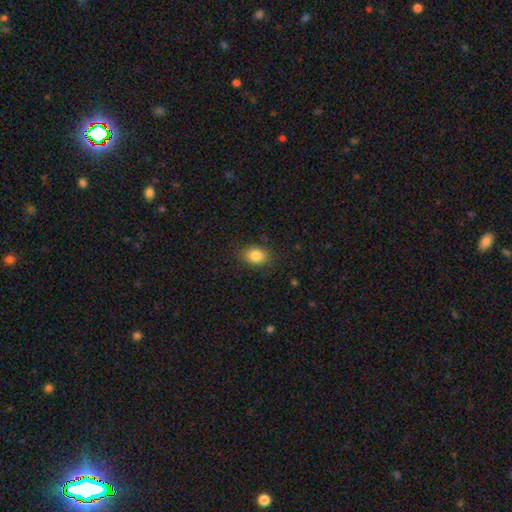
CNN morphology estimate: type=smooth (85%); roundness=in between (54%); merging=none (84%).